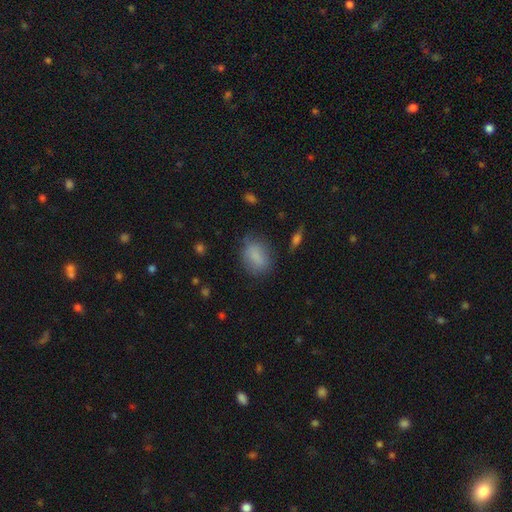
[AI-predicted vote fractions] Morphology: type=smooth (81%); roundness=in between (73%); merging=none (70%).